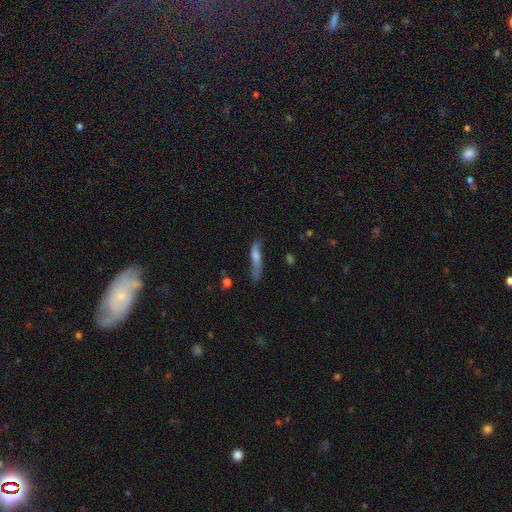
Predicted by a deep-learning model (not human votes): smooth 46%, featured or disk 44%, star or artifact 9%. Down the decision tree: merging — none (57%).